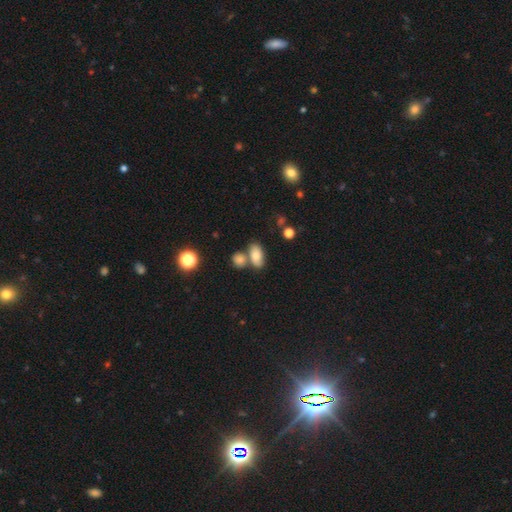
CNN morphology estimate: Q: Smooth or featured?
A: smooth (78%); runner-up: featured or disk (12%)
Q: How rounded?
A: in between (85%); runner-up: round (11%)
Q: Merging?
A: none (53%); runner-up: merger (29%)